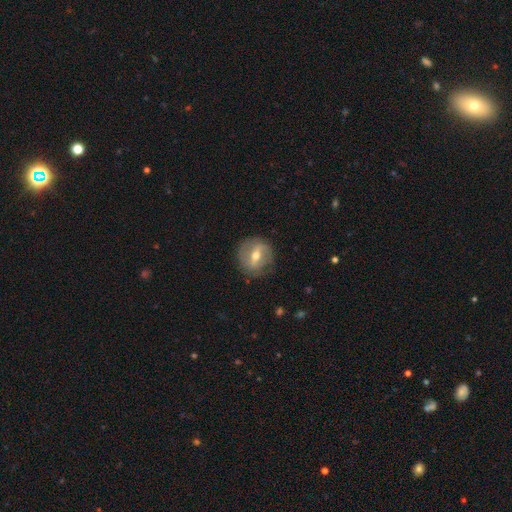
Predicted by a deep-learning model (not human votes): This appears to be a featured or disk galaxy (65%) with a strong bar (44%), spiral arms (57%) and a moderate central bulge (72%). Merging: none (80%).